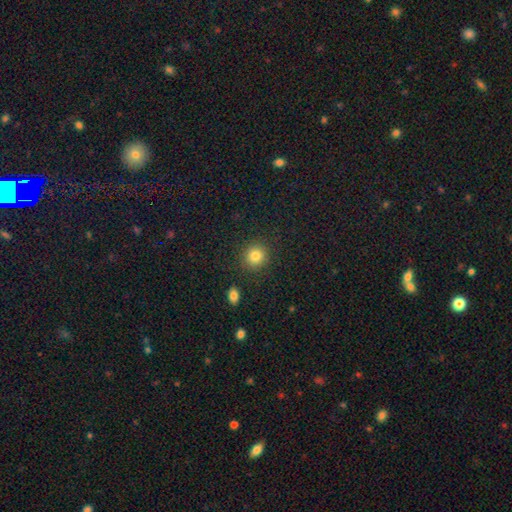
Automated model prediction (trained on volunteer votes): smooth_or_featured: smooth (p=0.84) [alt: star or artifact p=0.11]
how_rounded: round (p=0.88) [alt: in between p=0.11]
merging: none (p=0.88) [alt: minor disturbance p=0.07]